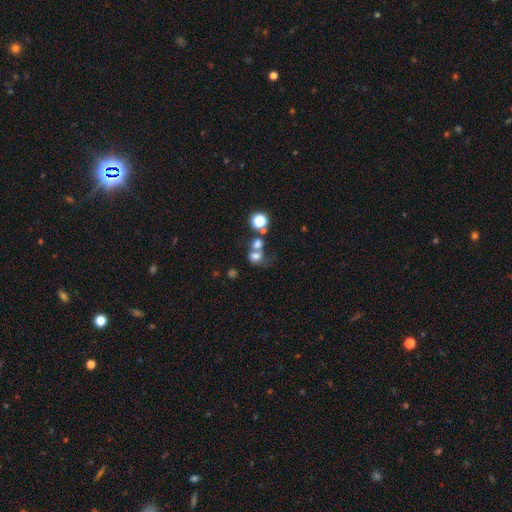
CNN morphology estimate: A smooth galaxy with no disk features (69%) that is round (64%).

Vote fractions:
- Smooth or featured? smooth: 69% / star or artifact: 16% / featured or disk: 15%
- How rounded? round: 64% / in between: 34% / cigar-shaped: 1%
- Merging? merger: 52% / none: 28% / major disturbance: 10% / minor disturbance: 10%